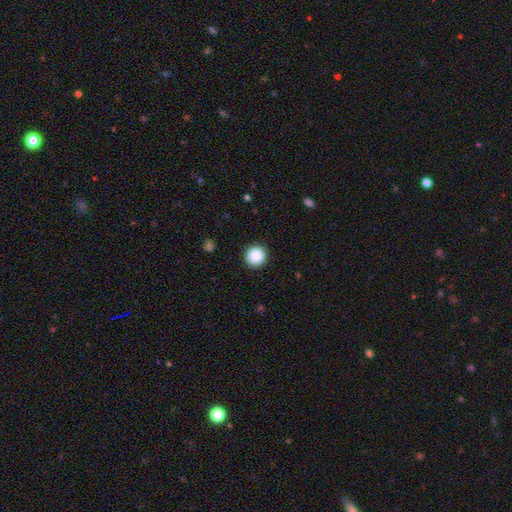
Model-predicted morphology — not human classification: The model was most divided on "smooth or featured": smooth: 88%, star or artifact: 9%, featured or disk: 3%. More confident: how rounded — round (96%); merging — none (92%).